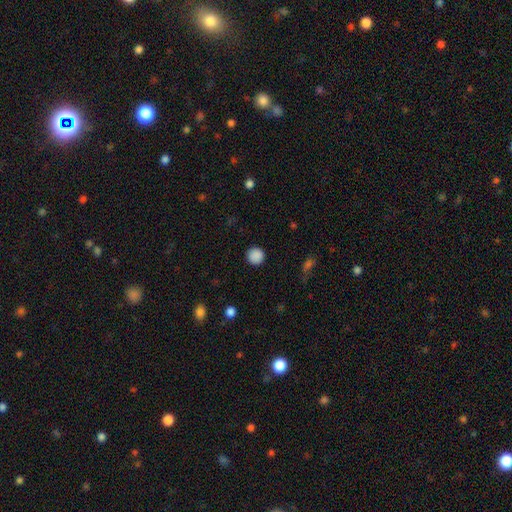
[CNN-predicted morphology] A smooth galaxy with no disk features (88%) that is round (94%).

Vote fractions:
- Smooth or featured? smooth: 88% / star or artifact: 9% / featured or disk: 2%
- How rounded? round: 94% / in between: 6% / cigar-shaped: 1%
- Merging? none: 91% / minor disturbance: 6% / major disturbance: 2% / merger: 1%